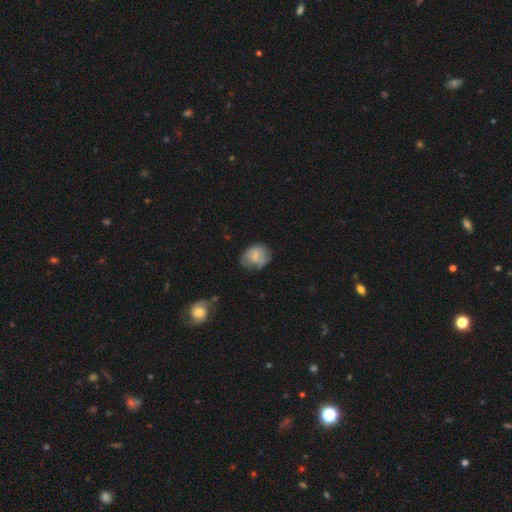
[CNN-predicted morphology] smooth 69%, featured or disk 23%, star or artifact 8%. Down the decision tree: how rounded — in between (57%); merging — none (58%).